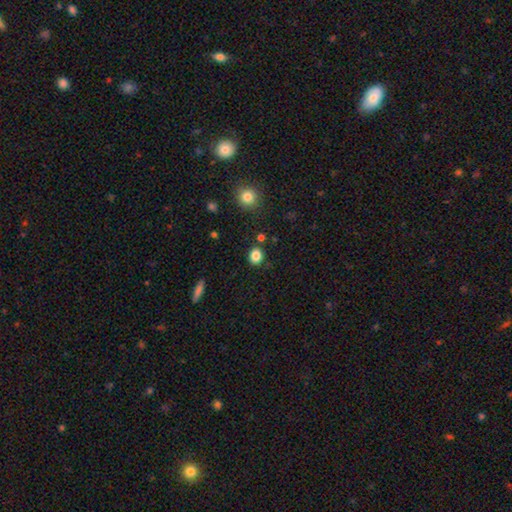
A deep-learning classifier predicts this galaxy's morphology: smooth 84%, star or artifact 11%, featured or disk 5%. Down the decision tree: how rounded — round (69%); merging — none (85%).